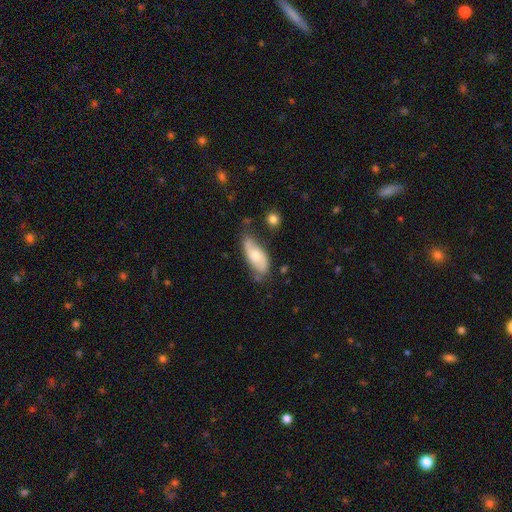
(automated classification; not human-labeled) A smooth galaxy with no disk features (56%) that is in between round and cigar-shaped (82%). Merging: none (54%).